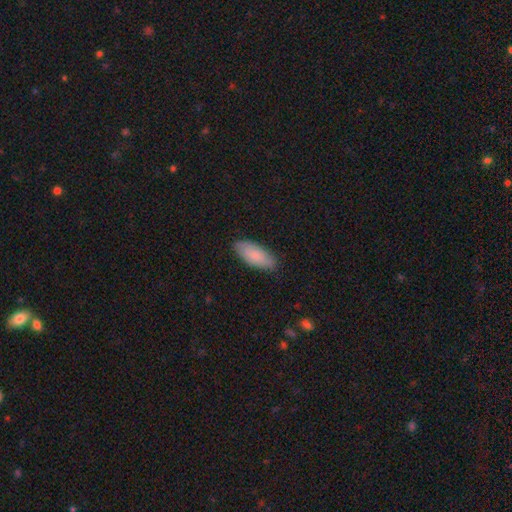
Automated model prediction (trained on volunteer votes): Q: Smooth or featured?
A: smooth (84%); runner-up: featured or disk (11%)
Q: How rounded?
A: in between (85%); runner-up: cigar-shaped (13%)
Q: Merging?
A: none (84%); runner-up: minor disturbance (13%)